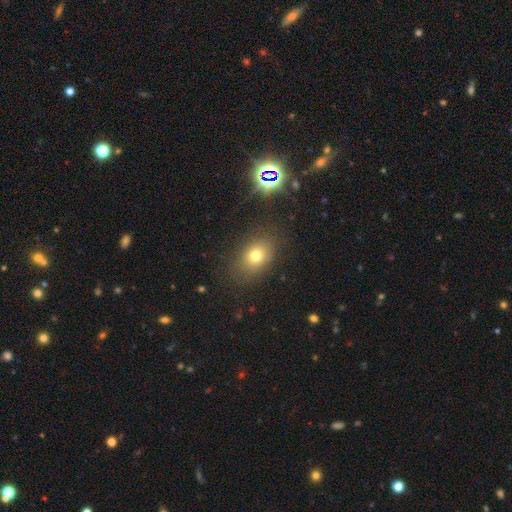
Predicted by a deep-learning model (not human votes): smooth_or_featured: smooth (p=0.71) [alt: star or artifact p=0.16]
how_rounded: in between (p=0.63) [alt: round p=0.36]
merging: none (p=0.81) [alt: minor disturbance p=0.12]